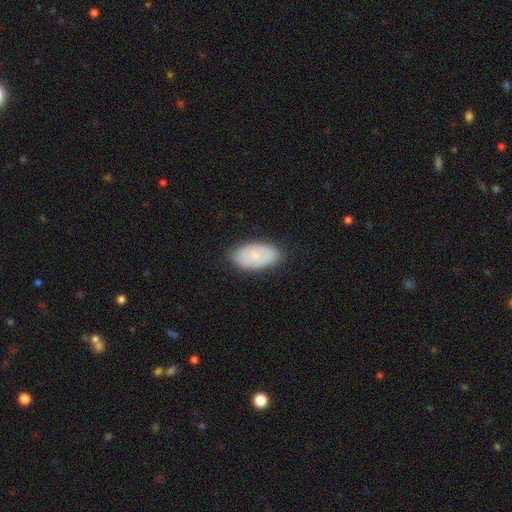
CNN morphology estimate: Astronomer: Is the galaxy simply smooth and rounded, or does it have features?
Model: smooth — 77%.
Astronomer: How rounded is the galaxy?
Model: in between — 95%.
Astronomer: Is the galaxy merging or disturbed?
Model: none — 83%.